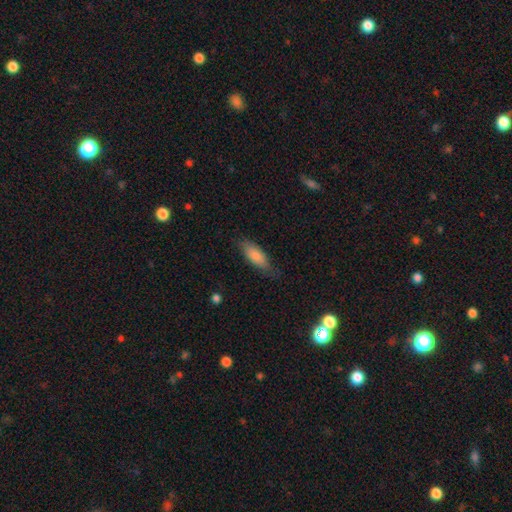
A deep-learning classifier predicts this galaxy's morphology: A smooth galaxy with no disk features (83%) that is in between round and cigar-shaped (71%). Merging: none (71%).